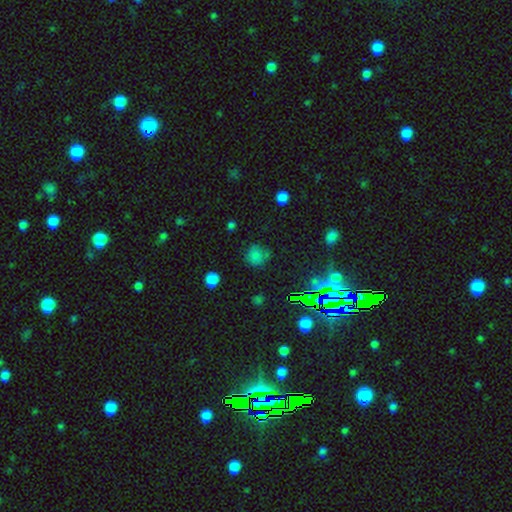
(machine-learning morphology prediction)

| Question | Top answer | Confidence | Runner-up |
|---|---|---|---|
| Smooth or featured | smooth | 68% | star or artifact (23%) |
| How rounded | round | 85% | in between (14%) |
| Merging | none | 68% | minor disturbance (19%) |